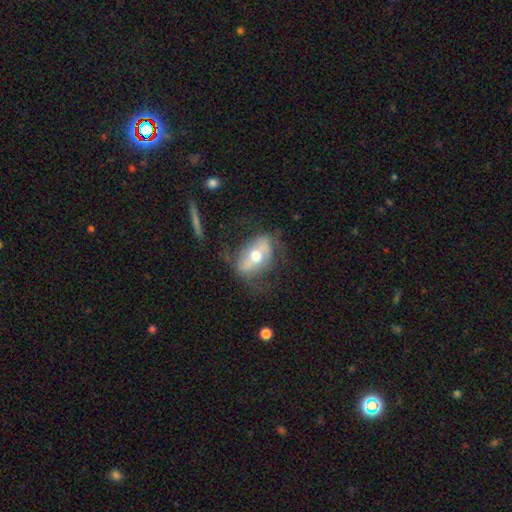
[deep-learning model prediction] Smooth or featured? featured or disk (57%)
Edge-on disk? no (86%)
Merging? none (56%)